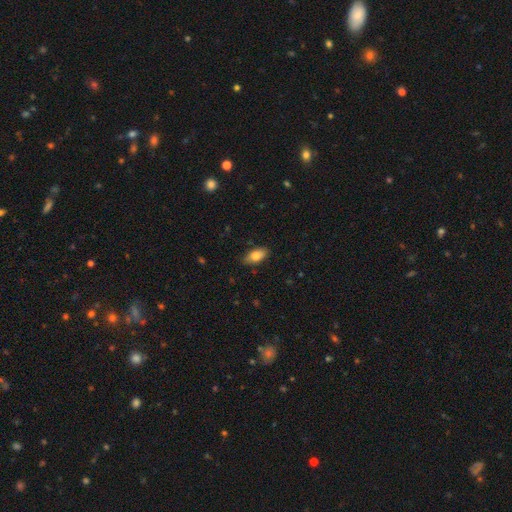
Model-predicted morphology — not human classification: type=smooth (79%); roundness=in between (89%); merging=none (84%).